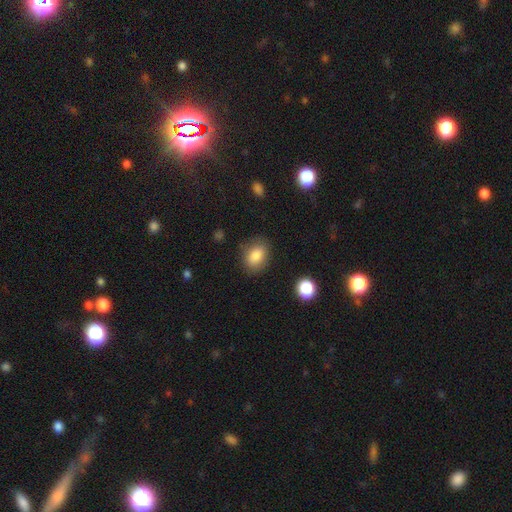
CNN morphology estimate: Smooth or featured?
  - smooth: 85% *
  - star or artifact: 9%
  - featured or disk: 7%
How rounded?
  - in between: 72% *
  - round: 27%
  - cigar-shaped: 1%
Merging?
  - none: 81% *
  - minor disturbance: 14%
  - major disturbance: 4%
  - merger: 2%